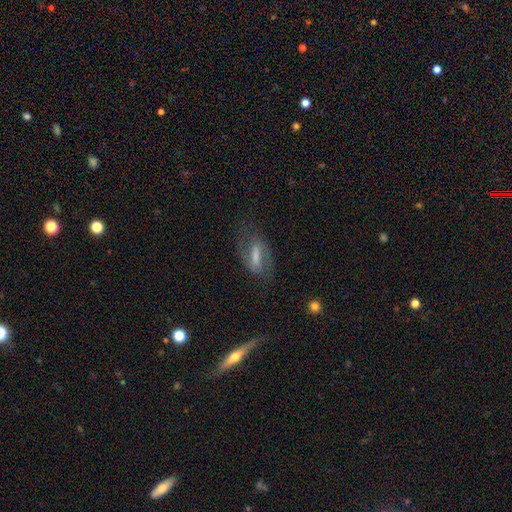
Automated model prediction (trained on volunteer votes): Smooth or featured? featured or disk (63%)
Edge-on disk? no (85%)
Bar? strong (46%)
Spiral arms? yes (78%)
Bulge size? moderate (36%)
Merging? none (66%)